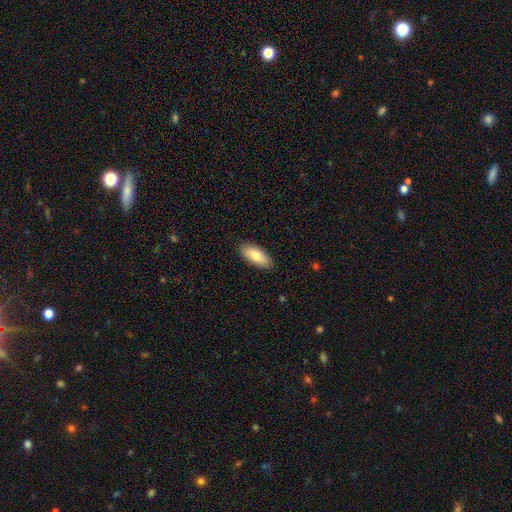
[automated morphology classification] A smooth galaxy with no disk features (78%) that is in between round and cigar-shaped (87%). Merging: none (88%).